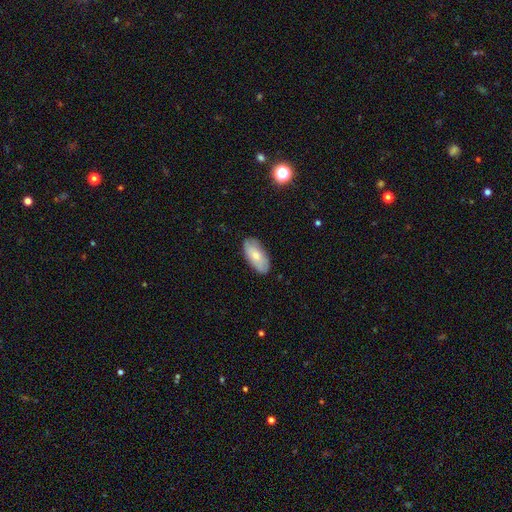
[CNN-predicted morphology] type=smooth (71%); roundness=in between (93%); merging=none (83%).